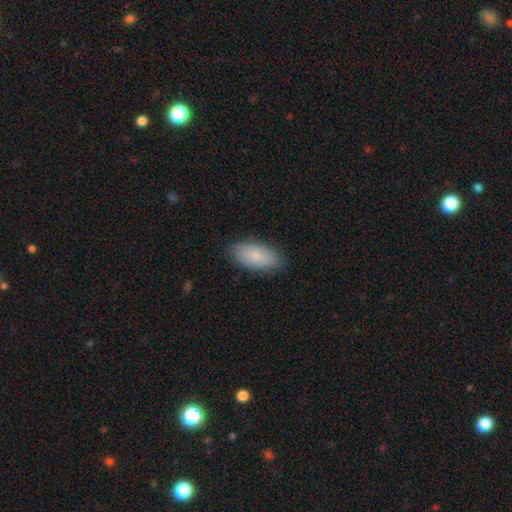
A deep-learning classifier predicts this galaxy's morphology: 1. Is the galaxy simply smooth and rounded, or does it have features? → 84% smooth, 9% featured or disk, 6% star or artifact.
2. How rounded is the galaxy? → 92% in between, 6% cigar-shaped, 2% round.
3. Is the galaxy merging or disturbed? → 86% none, 11% minor disturbance, 2% major disturbance, 1% merger.